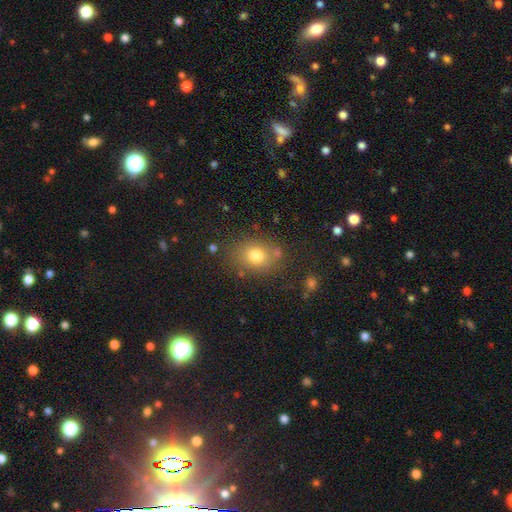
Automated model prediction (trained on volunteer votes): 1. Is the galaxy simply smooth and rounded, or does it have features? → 76% smooth, 14% star or artifact, 11% featured or disk.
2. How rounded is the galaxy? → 54% in between, 45% round, 1% cigar-shaped.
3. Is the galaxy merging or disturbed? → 76% none, 13% minor disturbance, 6% merger, 5% major disturbance.